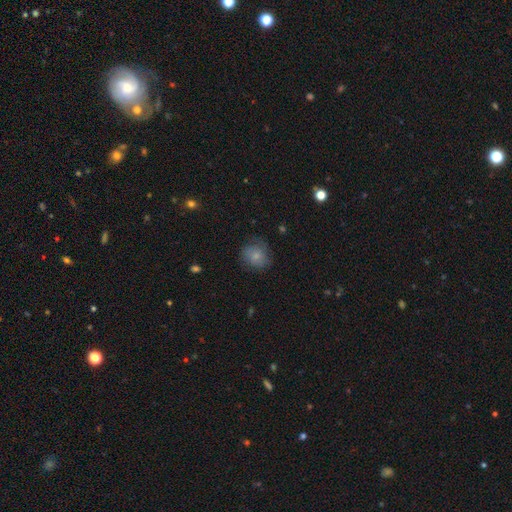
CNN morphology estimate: Smooth or featured? smooth (76%)
How rounded? round (79%)
Merging? none (70%)